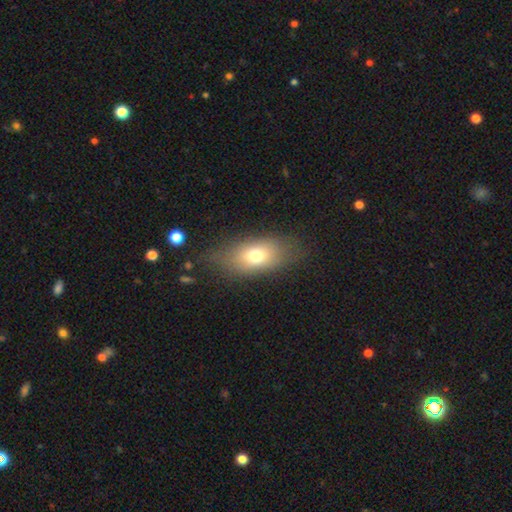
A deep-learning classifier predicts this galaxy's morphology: This is likely a smooth galaxy (72%). How rounded: clearly in between (82%). Merging: likely none (72%).